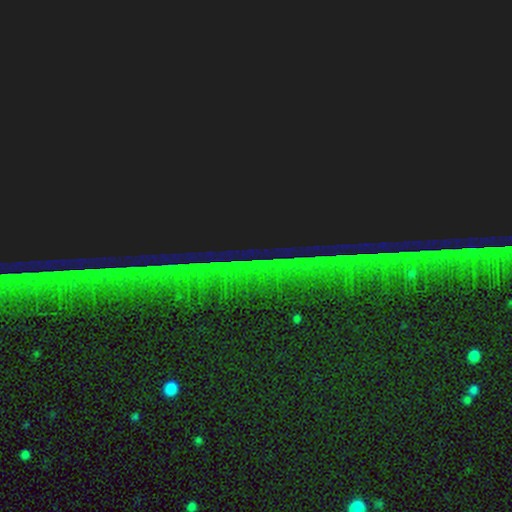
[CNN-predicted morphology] The model was most divided on "smooth or featured": star or artifact: 87%, featured or disk: 7%, smooth: 6%.